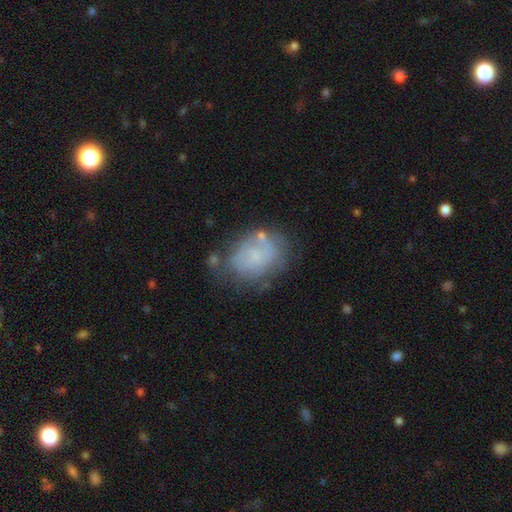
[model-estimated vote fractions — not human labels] Overall: smooth (48%; featured or disk 41%). Merging: none (50%; minor disturbance 26%).